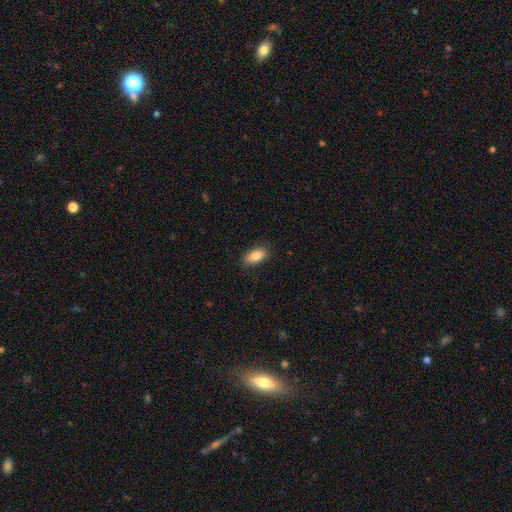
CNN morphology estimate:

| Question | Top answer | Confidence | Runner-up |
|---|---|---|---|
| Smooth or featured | smooth | 85% | featured or disk (8%) |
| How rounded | in between | 87% | cigar-shaped (10%) |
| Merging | none | 86% | minor disturbance (11%) |